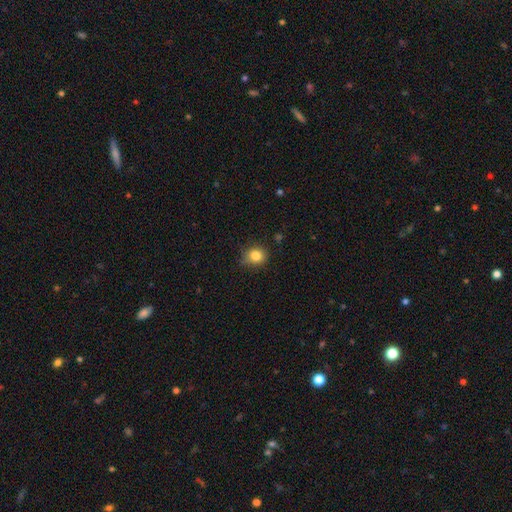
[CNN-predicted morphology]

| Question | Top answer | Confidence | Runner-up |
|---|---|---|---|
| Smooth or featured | smooth | 83% | star or artifact (11%) |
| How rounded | round | 76% | in between (23%) |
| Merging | none | 74% | minor disturbance (21%) |